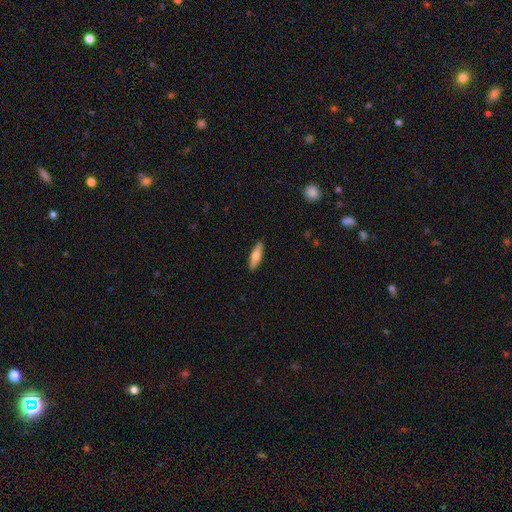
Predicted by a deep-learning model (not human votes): Q: Smooth or featured?
A: smooth (69%); runner-up: featured or disk (26%)
Q: How rounded?
A: cigar-shaped (56%); runner-up: in between (42%)
Q: Merging?
A: none (89%); runner-up: minor disturbance (9%)